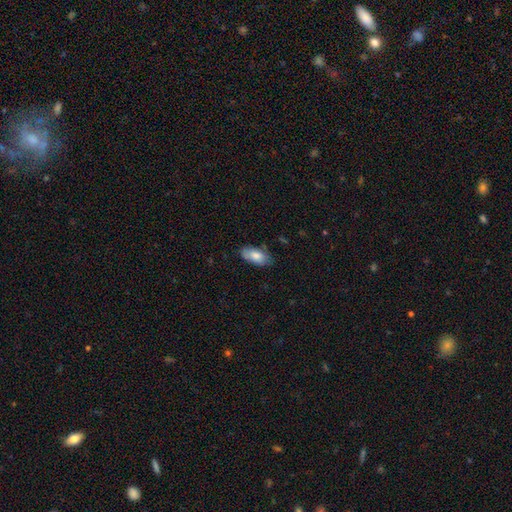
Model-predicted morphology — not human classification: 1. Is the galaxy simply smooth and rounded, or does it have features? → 77% smooth, 17% featured or disk, 6% star or artifact.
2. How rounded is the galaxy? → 91% in between, 6% cigar-shaped, 3% round.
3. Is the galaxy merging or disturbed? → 74% none, 20% minor disturbance, 4% major disturbance, 2% merger.